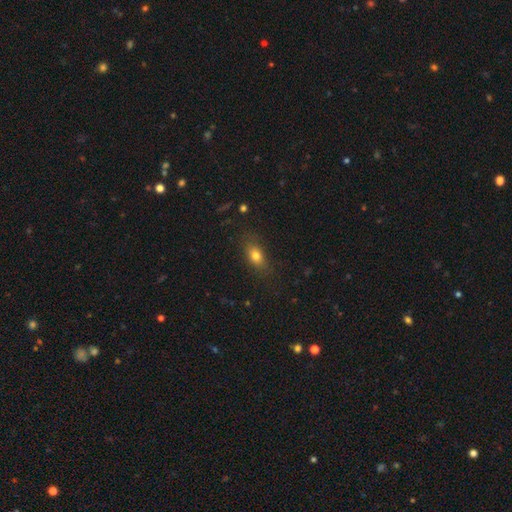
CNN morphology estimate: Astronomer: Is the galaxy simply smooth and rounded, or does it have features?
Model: smooth — 77%.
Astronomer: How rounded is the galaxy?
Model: in between — 77%.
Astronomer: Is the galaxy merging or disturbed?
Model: none — 78%.